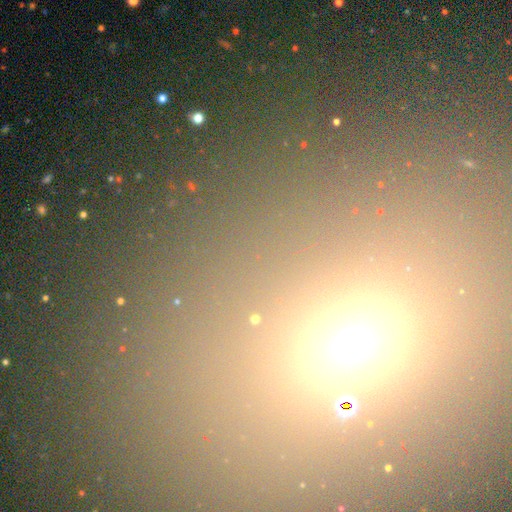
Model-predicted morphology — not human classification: smooth 47%, star or artifact 42%, featured or disk 11%. Down the decision tree: merging — none (80%).